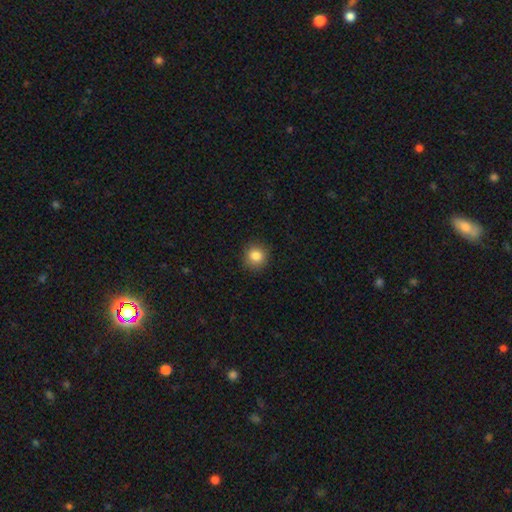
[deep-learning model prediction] smooth 84%, star or artifact 10%, featured or disk 5%. Down the decision tree: how rounded — round (91%); merging — none (89%).